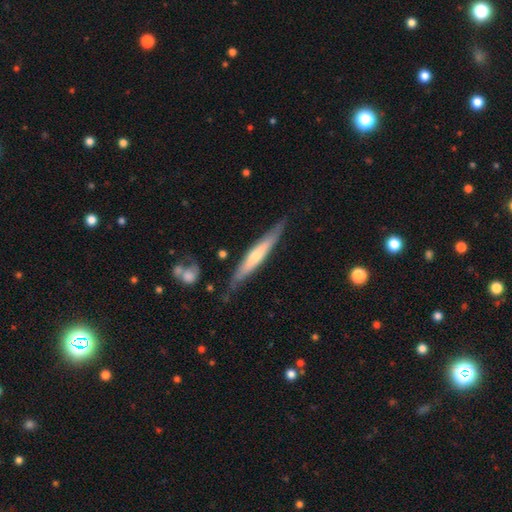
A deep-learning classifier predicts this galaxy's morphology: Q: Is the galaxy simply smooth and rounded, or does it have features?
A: featured or disk — 63%.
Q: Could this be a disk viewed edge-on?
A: yes — 92%.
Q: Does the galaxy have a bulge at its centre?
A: rounded — 57%.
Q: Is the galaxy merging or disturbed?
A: none — 80%.